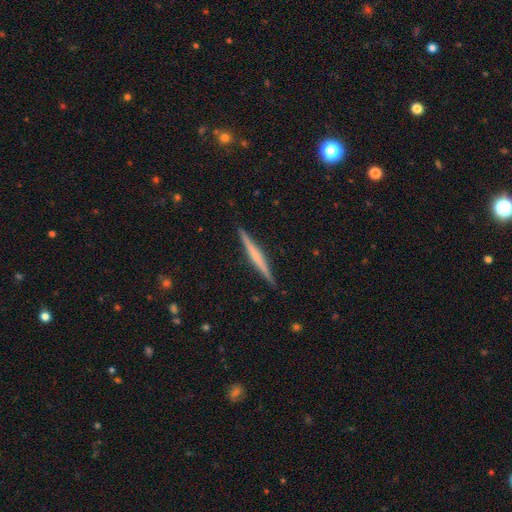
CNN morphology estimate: Smooth or featured? featured or disk (61%)
Edge-on disk? yes (98%)
Edge-on bulge? none (56%)
Merging? none (91%)